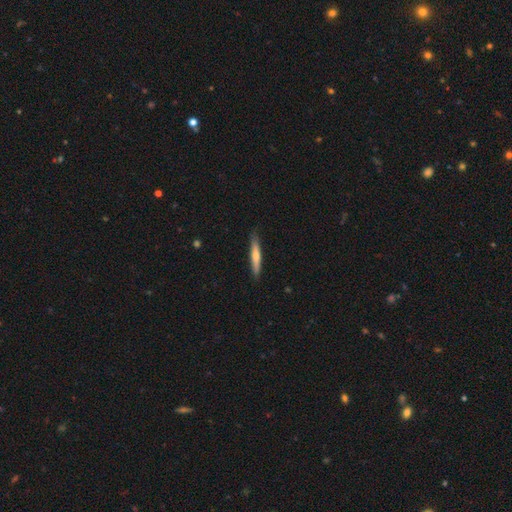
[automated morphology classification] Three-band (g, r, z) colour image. It shows a smooth galaxy with no disk features (54%) that is cigar-shaped (93%). Merging: none (87%).